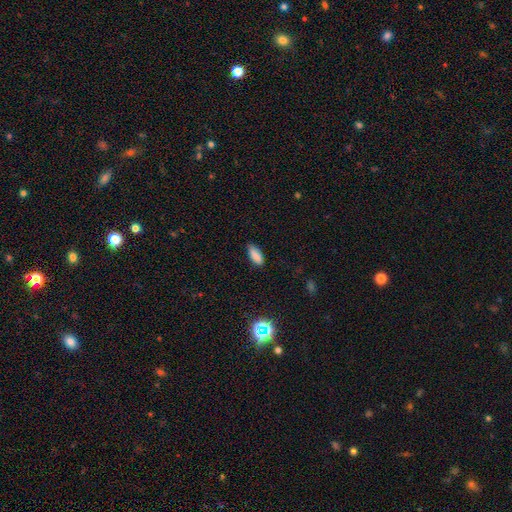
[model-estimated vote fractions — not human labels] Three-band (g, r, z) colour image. It shows a smooth galaxy with no disk features (86%) that is in between round and cigar-shaped (79%). Merging: none (78%).